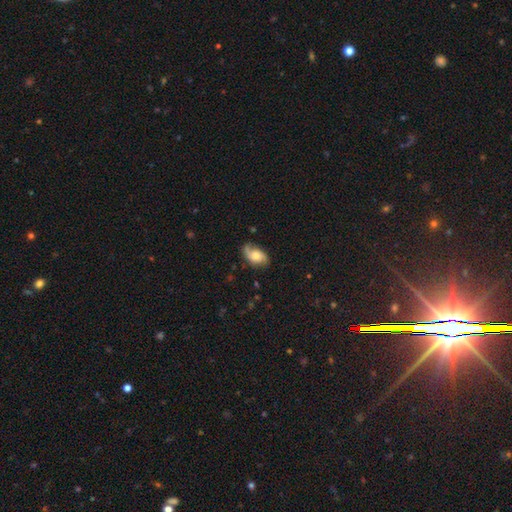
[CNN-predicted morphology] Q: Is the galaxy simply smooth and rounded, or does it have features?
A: featured or disk — 56%.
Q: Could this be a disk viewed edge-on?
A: no — 95%.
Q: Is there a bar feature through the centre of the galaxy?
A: no — 70%.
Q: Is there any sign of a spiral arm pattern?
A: yes — 90%.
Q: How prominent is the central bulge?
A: moderate — 52%.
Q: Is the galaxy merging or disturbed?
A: none — 69%.